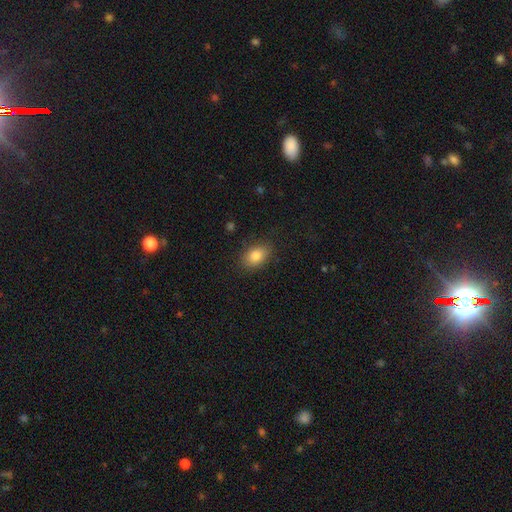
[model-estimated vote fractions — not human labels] Smooth or featured: smooth — 84% (star or artifact — 9%)
How rounded: in between — 82% (round — 17%)
Merging: none — 84% (minor disturbance — 11%)